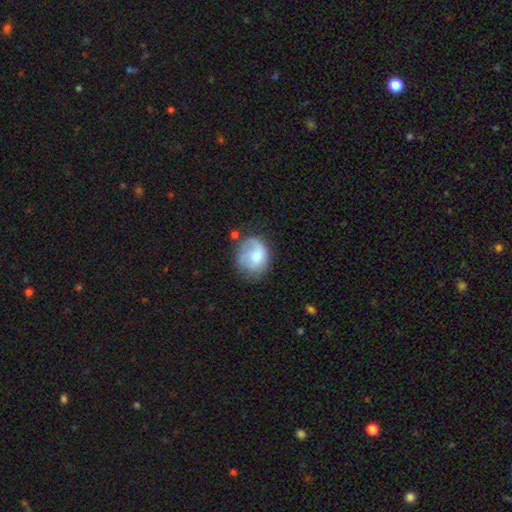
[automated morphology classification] smooth 64%, featured or disk 28%, star or artifact 8%. Down the decision tree: how rounded — round (64%); merging — none (48%).